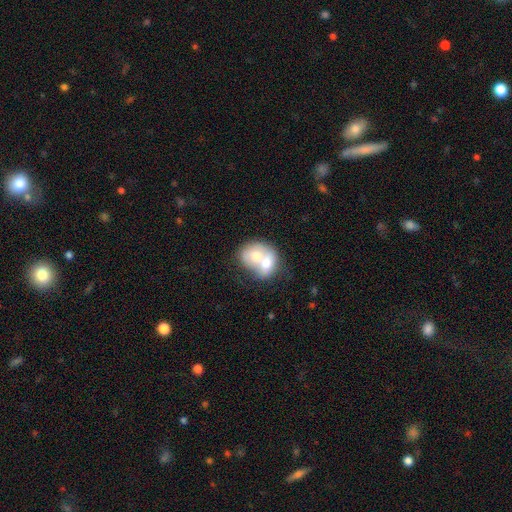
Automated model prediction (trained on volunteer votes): Q: Smooth or featured?
A: smooth (61%); runner-up: featured or disk (33%)
Q: How rounded?
A: in between (50%); runner-up: round (49%)
Q: Merging?
A: merger (76%); runner-up: none (14%)